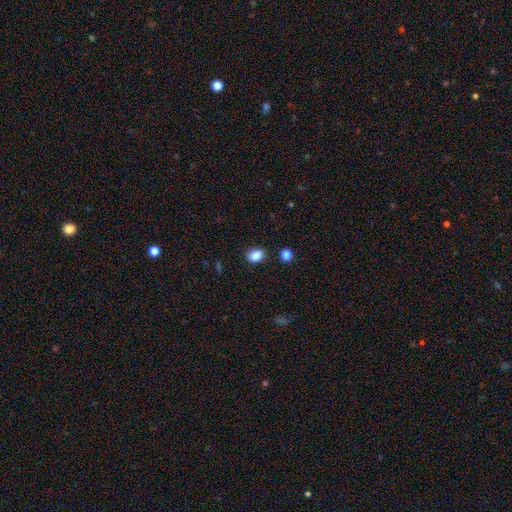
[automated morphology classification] Q: Smooth or featured?
A: smooth (86%); runner-up: star or artifact (10%)
Q: How rounded?
A: in between (68%); runner-up: round (30%)
Q: Merging?
A: none (84%); runner-up: minor disturbance (10%)